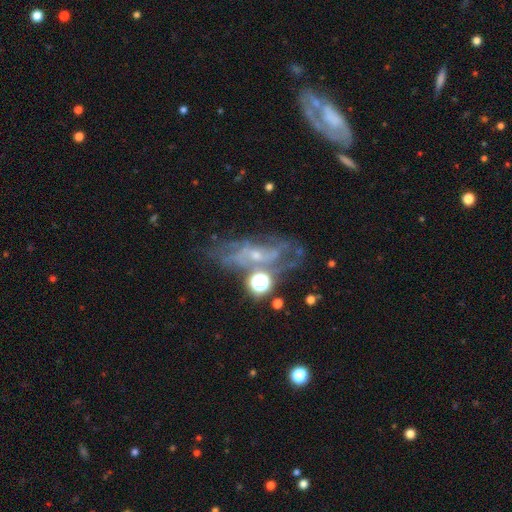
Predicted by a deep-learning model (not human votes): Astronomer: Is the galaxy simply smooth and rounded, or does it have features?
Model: featured or disk — 68%.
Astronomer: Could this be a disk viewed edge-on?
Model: no — 88%.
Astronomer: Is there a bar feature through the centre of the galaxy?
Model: no — 65%.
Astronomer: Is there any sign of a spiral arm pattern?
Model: yes — 74%.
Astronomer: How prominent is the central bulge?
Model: small — 67%.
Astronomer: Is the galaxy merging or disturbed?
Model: none — 47%.